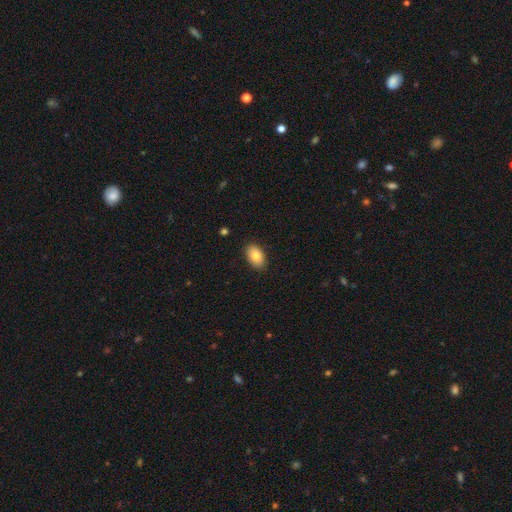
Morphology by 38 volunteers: smooth-or-featured: smooth: 79% | featured or disk: 11% | star or artifact: 11%
  how-rounded: in between: 100% | round: 0% | cigar-shaped: 0%
  merging: none: 82% | minor disturbance: 12% | major disturbance: 6% | merger: 0%